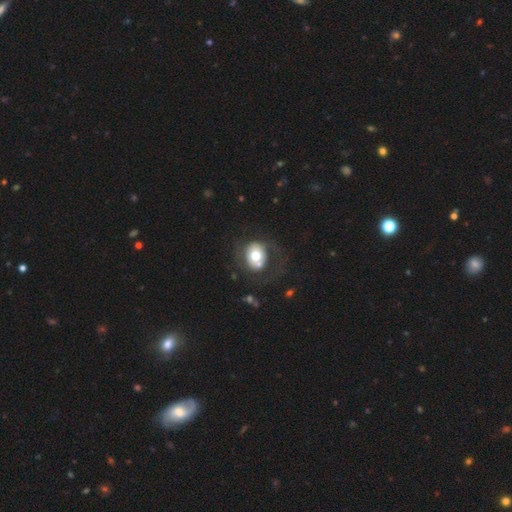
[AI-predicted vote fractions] The model was most divided on "smooth or featured": smooth: 54%, featured or disk: 38%, star or artifact: 8%. More confident: how rounded — round (63%); merging — none (50%).